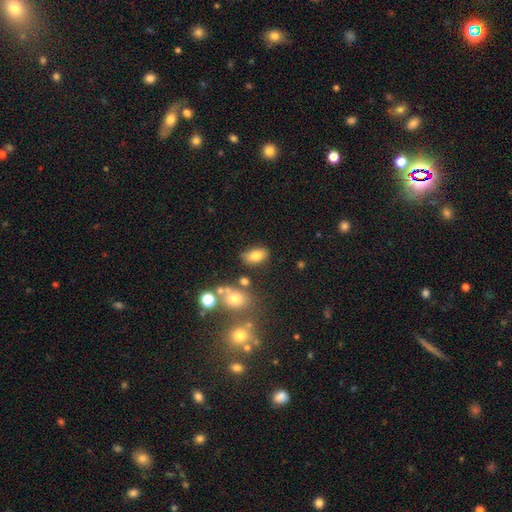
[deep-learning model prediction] smooth-or-featured: smooth: 77% | featured or disk: 12% | star or artifact: 11%
  how-rounded: in between: 88% | round: 9% | cigar-shaped: 3%
  merging: none: 75% | minor disturbance: 14% | merger: 7% | major disturbance: 4%